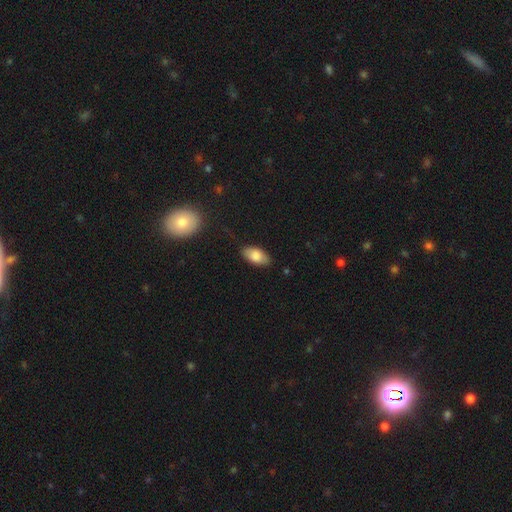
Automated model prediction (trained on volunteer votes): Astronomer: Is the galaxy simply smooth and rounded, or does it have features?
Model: smooth — 81%.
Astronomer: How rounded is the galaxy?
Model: in between — 92%.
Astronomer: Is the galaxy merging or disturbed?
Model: none — 83%.